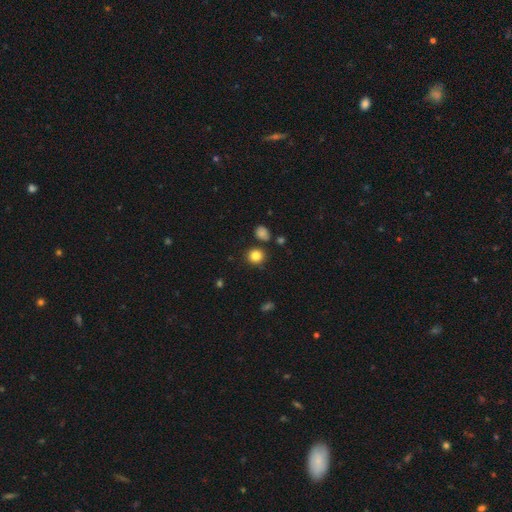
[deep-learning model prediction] Smooth or featured? Predicted: smooth (p=0.84). How rounded? Predicted: round (p=0.86). Merging? Predicted: none (p=0.85).